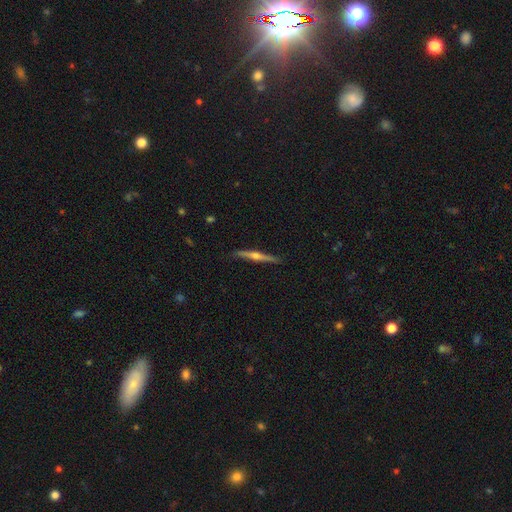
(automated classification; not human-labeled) Q: Smooth or featured?
A: featured or disk (75%); runner-up: smooth (19%)
Q: Edge-on disk?
A: yes (98%); runner-up: no (2%)
Q: Edge-on bulge?
A: rounded (90%); runner-up: none (6%)
Q: Merging?
A: none (90%); runner-up: minor disturbance (8%)